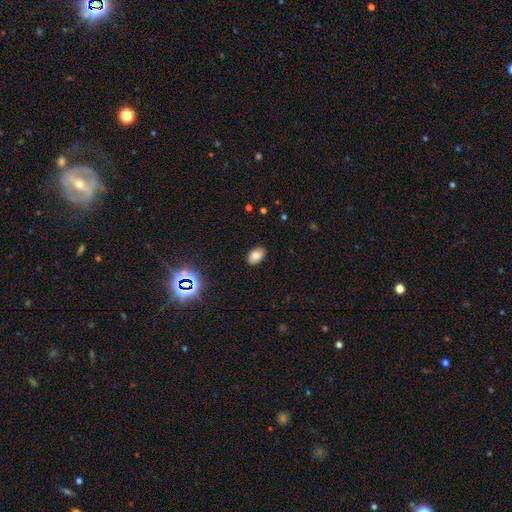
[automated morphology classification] Smooth or featured? smooth (77%)
How rounded? in between (89%)
Merging? none (87%)